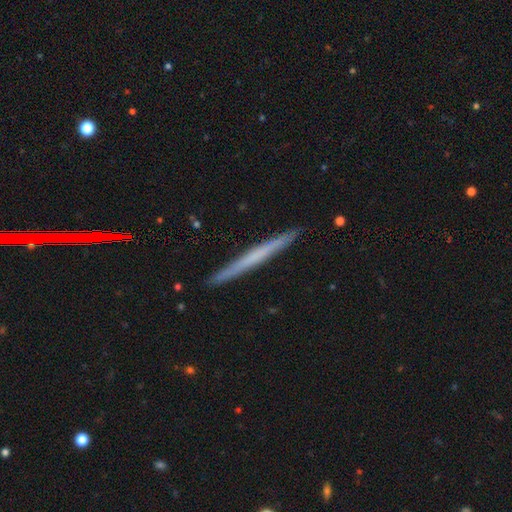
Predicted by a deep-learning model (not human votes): Overall: featured or disk (47%, tied with smooth). Merging: none (92%).